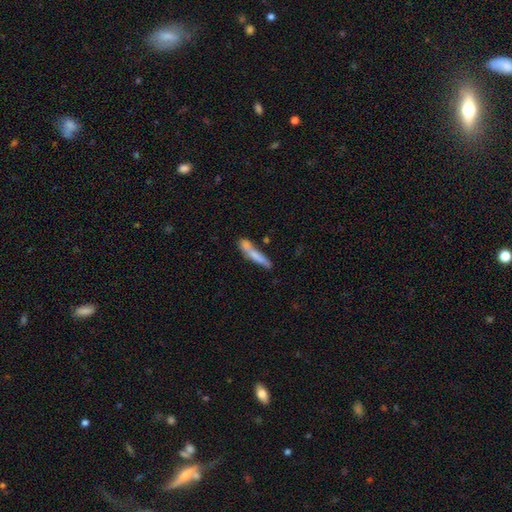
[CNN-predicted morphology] Smooth or featured? Predicted: smooth (p=0.69). How rounded? Predicted: cigar-shaped (p=0.89). Merging? Predicted: none (p=0.55).